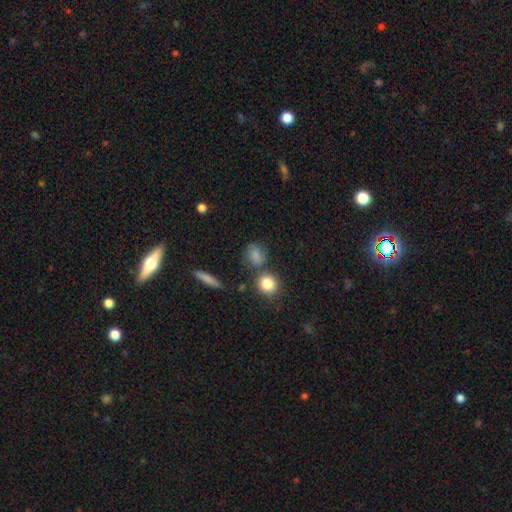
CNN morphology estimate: The model was most divided on "how rounded": round: 65%, in between: 31%, cigar-shaped: 4%. More confident: smooth or featured — smooth (79%); merging — none (63%).